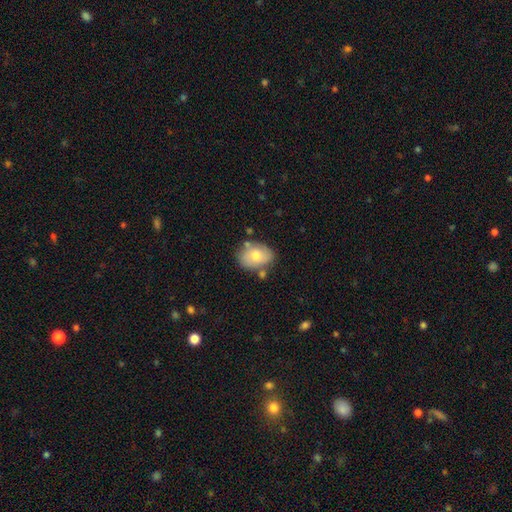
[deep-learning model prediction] Smooth or featured: smooth — 67% (featured or disk — 26%)
How rounded: in between — 73% (round — 26%)
Merging: none — 67% (minor disturbance — 19%)